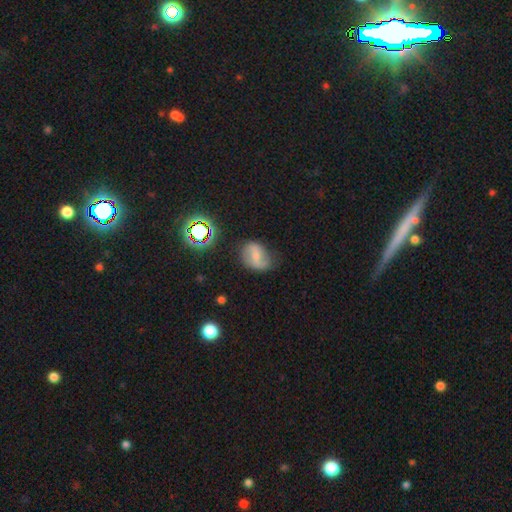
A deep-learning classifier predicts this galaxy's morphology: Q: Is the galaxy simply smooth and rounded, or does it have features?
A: featured or disk — 47%.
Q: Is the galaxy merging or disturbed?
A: none — 60%.